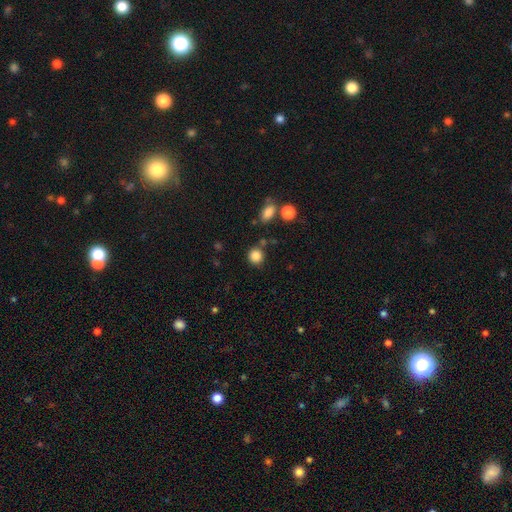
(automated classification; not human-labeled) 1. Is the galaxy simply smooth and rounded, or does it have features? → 85% smooth, 11% star or artifact, 4% featured or disk.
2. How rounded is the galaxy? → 88% round, 11% in between, 1% cigar-shaped.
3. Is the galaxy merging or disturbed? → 79% none, 11% minor disturbance, 7% merger, 4% major disturbance.